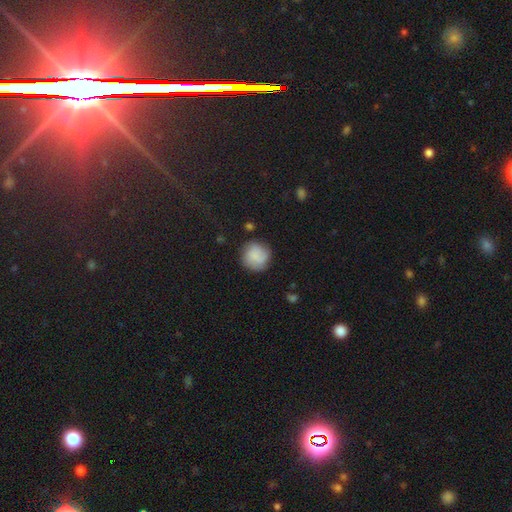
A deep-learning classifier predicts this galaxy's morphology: type=smooth (70%); roundness=round (90%); merging=none (76%).